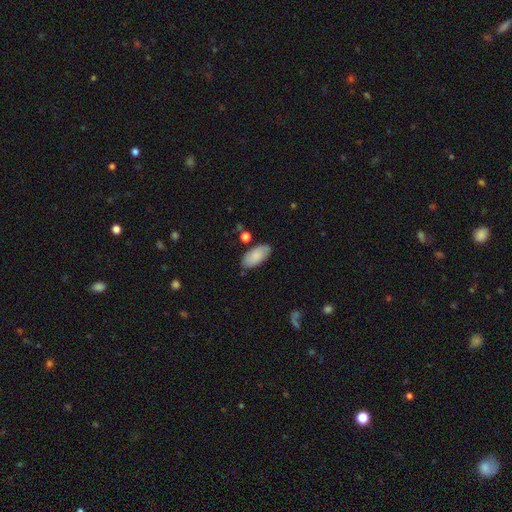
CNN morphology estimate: A smooth galaxy with no disk features (82%) that is in between round and cigar-shaped (93%).

Vote fractions:
- Smooth or featured? smooth: 82% / featured or disk: 11% / star or artifact: 6%
- How rounded? in between: 93% / cigar-shaped: 5% / round: 2%
- Merging? none: 80% / minor disturbance: 14% / merger: 4% / major disturbance: 3%